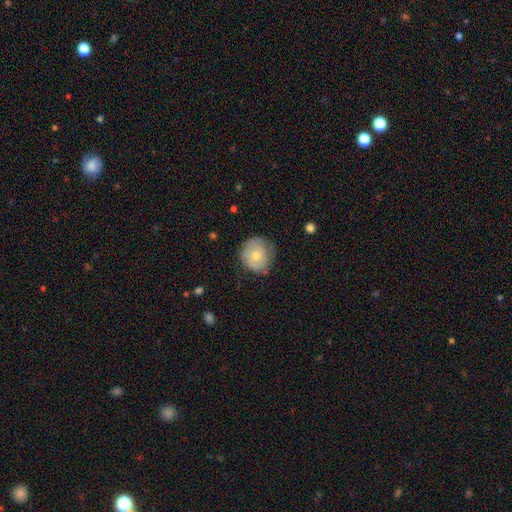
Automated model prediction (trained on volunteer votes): A smooth galaxy with no disk features (62%) that is round (82%).

Vote fractions:
- Smooth or featured? smooth: 62% / featured or disk: 31% / star or artifact: 7%
- How rounded? round: 82% / in between: 17% / cigar-shaped: 1%
- Merging? none: 67% / minor disturbance: 25% / major disturbance: 7% / merger: 1%